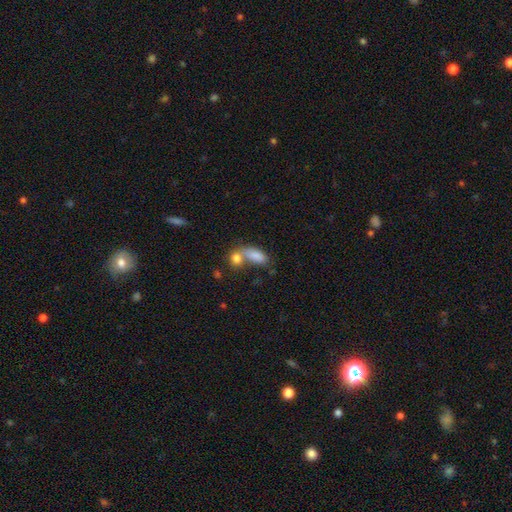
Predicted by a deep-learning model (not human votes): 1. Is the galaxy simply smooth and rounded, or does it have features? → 81% smooth, 10% featured or disk, 8% star or artifact.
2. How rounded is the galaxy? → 82% in between, 11% cigar-shaped, 7% round.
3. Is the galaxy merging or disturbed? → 56% merger, 28% none, 10% minor disturbance, 7% major disturbance.